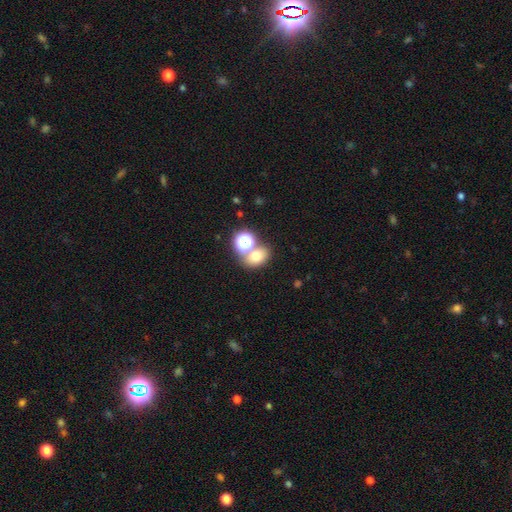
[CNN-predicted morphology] smooth-or-featured: smooth: 69% | star or artifact: 18% | featured or disk: 12%
  how-rounded: in between: 55% | round: 44% | cigar-shaped: 1%
  merging: none: 54% | merger: 32% | minor disturbance: 10% | major disturbance: 5%